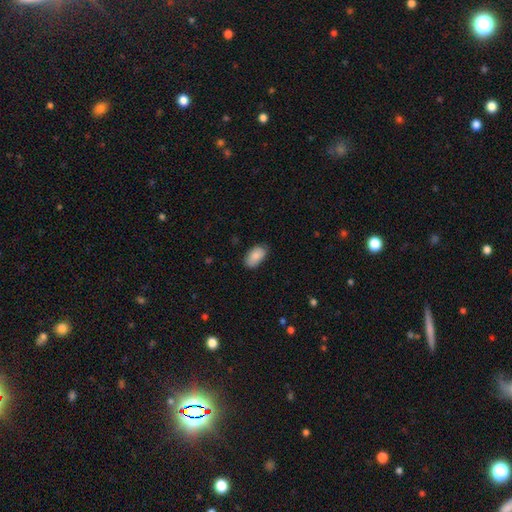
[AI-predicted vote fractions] This appears to be a smooth galaxy with no disk features (87%) that is in between round and cigar-shaped (95%). Merging: none (81%).